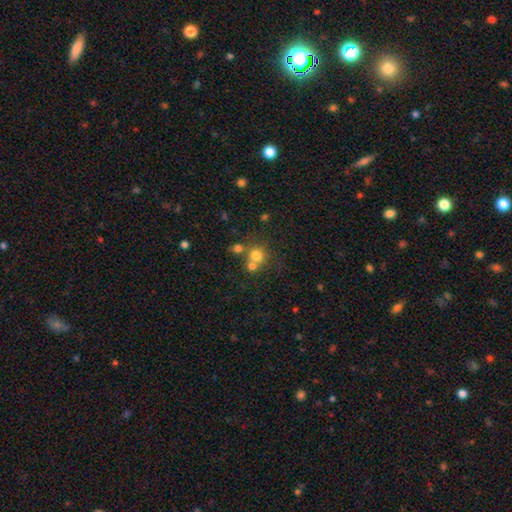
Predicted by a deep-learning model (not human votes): smooth_or_featured: smooth (p=0.72) [alt: star or artifact p=0.16]
how_rounded: round (p=0.86) [alt: in between p=0.13]
merging: none (p=0.50) [alt: merger p=0.38]